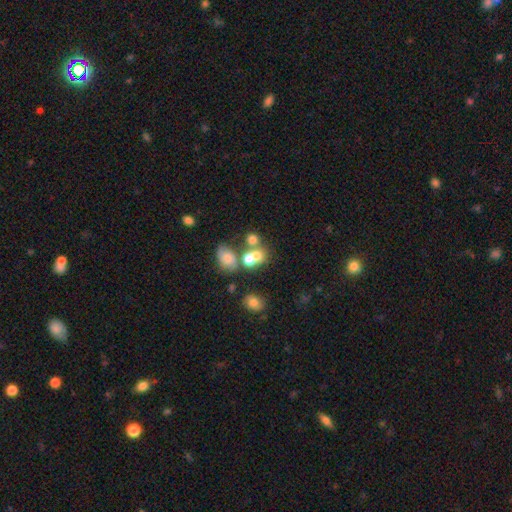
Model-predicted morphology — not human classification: This appears to be a smooth galaxy with no disk features (64%) that is round (60%). Merging: merger (53%).